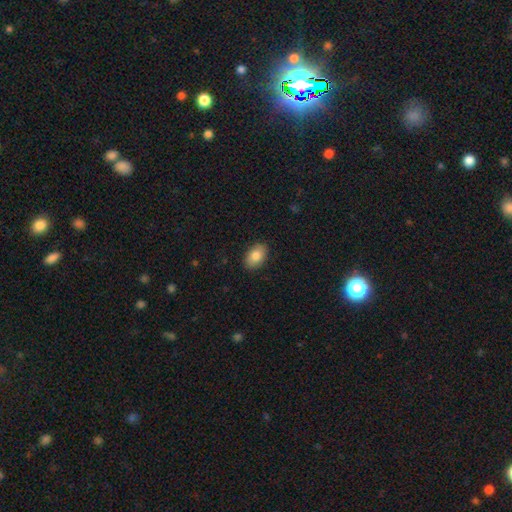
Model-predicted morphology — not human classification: This is clearly a smooth galaxy (84%). How rounded: clearly in between (89%). Merging: clearly none (89%).